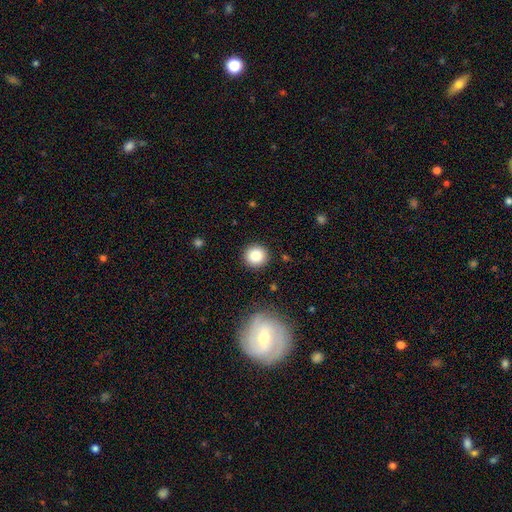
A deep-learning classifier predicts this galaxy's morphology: A smooth galaxy with no disk features (84%) that is round (93%). Merging: none (90%).